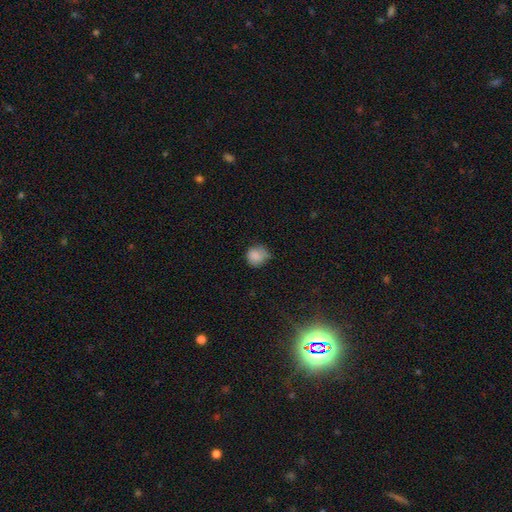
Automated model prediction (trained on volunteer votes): Q: Smooth or featured?
A: smooth (83%); runner-up: star or artifact (9%)
Q: How rounded?
A: round (82%); runner-up: in between (17%)
Q: Merging?
A: none (56%); runner-up: minor disturbance (34%)